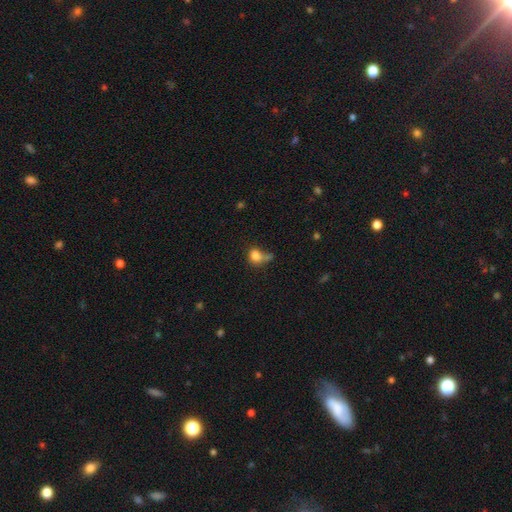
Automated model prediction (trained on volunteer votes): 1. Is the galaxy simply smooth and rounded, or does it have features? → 78% smooth, 11% star or artifact, 11% featured or disk.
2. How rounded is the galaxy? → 61% round, 37% in between, 2% cigar-shaped.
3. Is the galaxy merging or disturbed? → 34% none, 24% minor disturbance, 21% major disturbance, 21% merger.